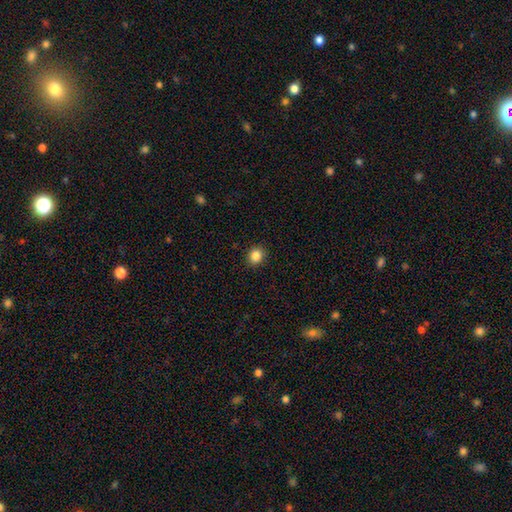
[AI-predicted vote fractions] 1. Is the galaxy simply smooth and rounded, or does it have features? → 86% smooth, 10% star or artifact, 4% featured or disk.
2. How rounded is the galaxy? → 74% round, 25% in between, 1% cigar-shaped.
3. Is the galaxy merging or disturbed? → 90% none, 7% minor disturbance, 2% major disturbance, 1% merger.